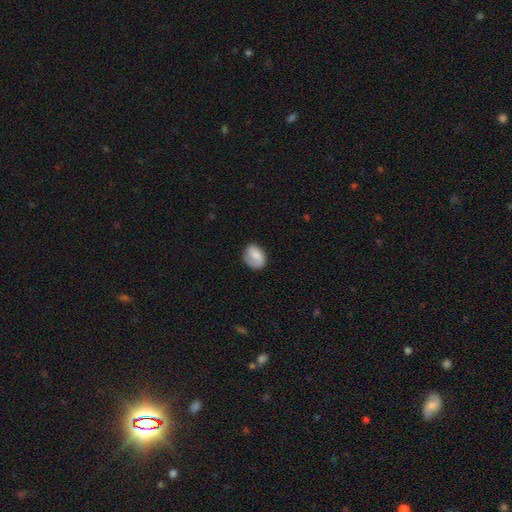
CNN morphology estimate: Smooth or featured? smooth (70%)
How rounded? in between (65%)
Merging? none (65%)